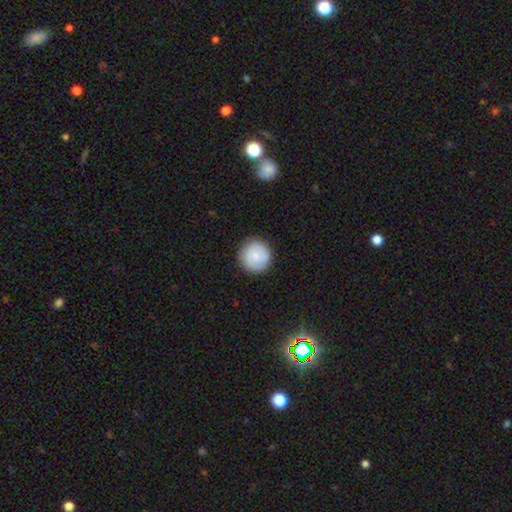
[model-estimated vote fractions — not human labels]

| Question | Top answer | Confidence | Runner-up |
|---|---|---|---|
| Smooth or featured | smooth | 82% | featured or disk (12%) |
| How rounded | round | 96% | in between (4%) |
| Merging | none | 89% | minor disturbance (8%) |